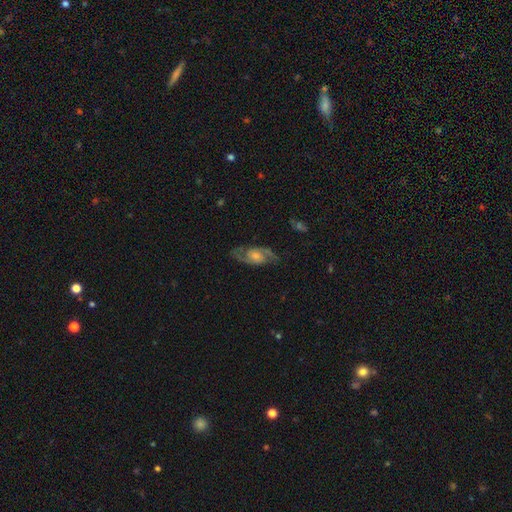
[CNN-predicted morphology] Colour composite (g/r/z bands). It shows a featured or disk galaxy (82%) with no bar (58%), 2 (89%) medium (54%) spiral arms (94%) and a moderate central bulge (45%). Merging: none (79%).